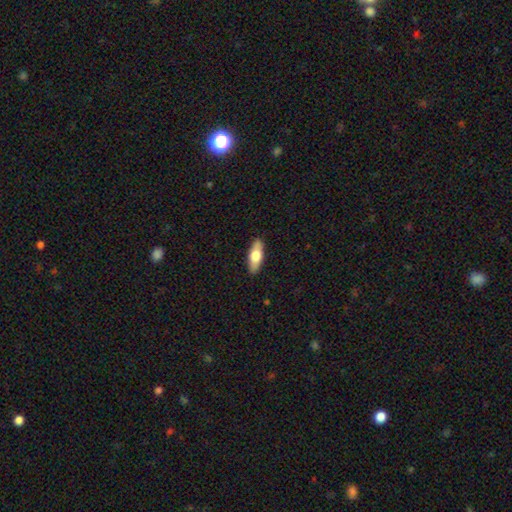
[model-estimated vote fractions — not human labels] smooth 67%, featured or disk 27%, star or artifact 6%. Down the decision tree: how rounded — in between (67%); merging — none (89%).